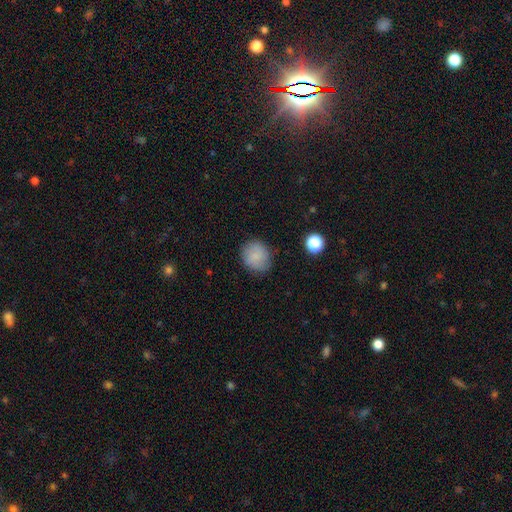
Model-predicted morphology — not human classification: Smooth or featured? smooth (82%)
How rounded? round (78%)
Merging? none (81%)